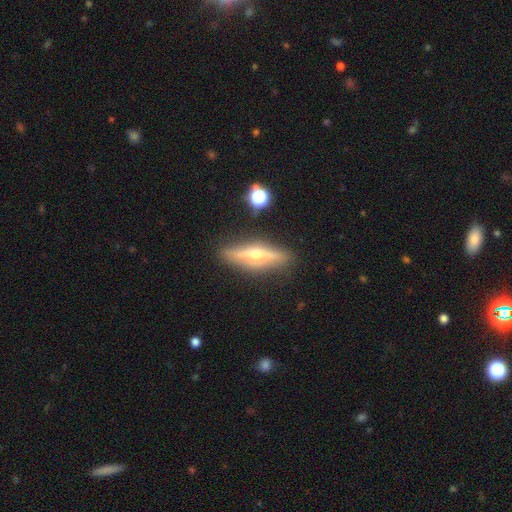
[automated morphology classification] Smooth or featured? featured or disk (71%)
Edge-on disk? yes (91%)
Edge-on bulge? rounded (93%)
Merging? none (87%)